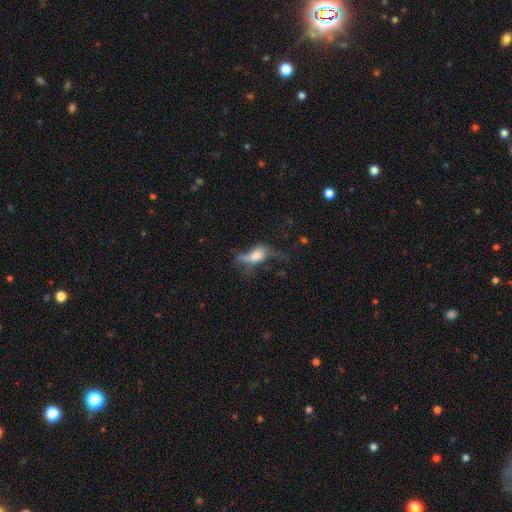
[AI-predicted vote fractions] This is possibly a smooth galaxy (47%). Merging: possibly major disturbance (47%).